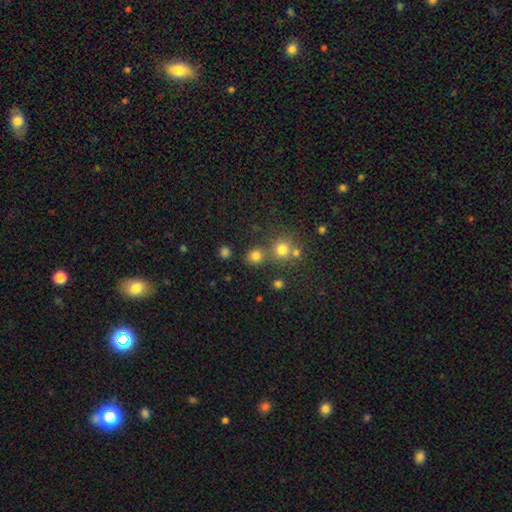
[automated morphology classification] The model was most divided on "merging": none: 69%, merger: 19%, minor disturbance: 8%, major disturbance: 3%. More confident: how rounded — round (81%); smooth or featured — smooth (78%).